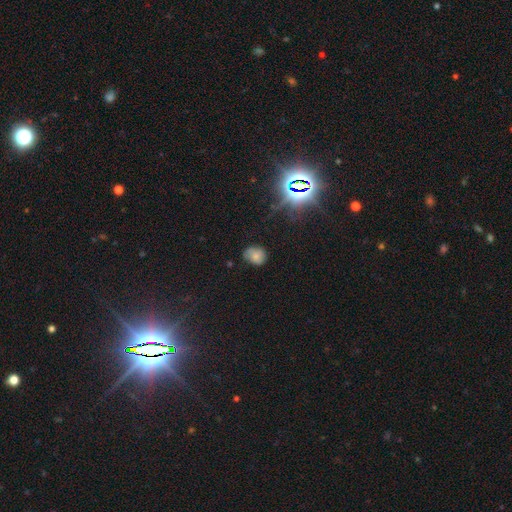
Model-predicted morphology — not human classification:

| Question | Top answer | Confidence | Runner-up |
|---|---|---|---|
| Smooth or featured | smooth | 65% | featured or disk (18%) |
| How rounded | round | 61% | in between (38%) |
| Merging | none | 61% | minor disturbance (30%) |